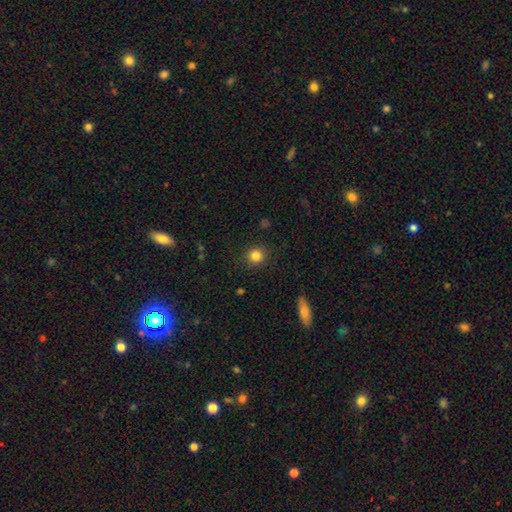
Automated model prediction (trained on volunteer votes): smooth_or_featured: smooth (p=0.83) [alt: star or artifact p=0.12]
how_rounded: round (p=0.92) [alt: in between p=0.07]
merging: none (p=0.90) [alt: minor disturbance p=0.07]